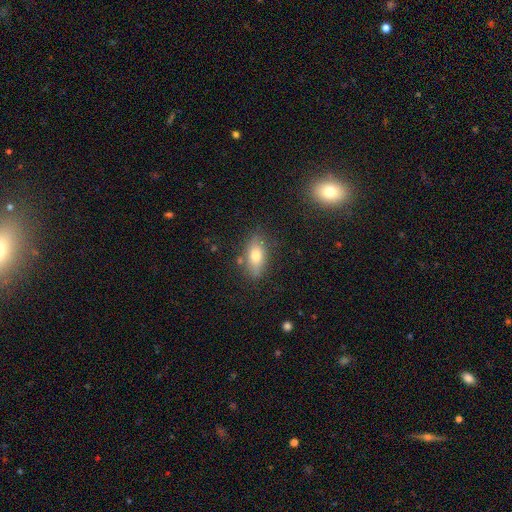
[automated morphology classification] smooth 74%, featured or disk 17%, star or artifact 9%. Down the decision tree: how rounded — in between (85%); merging — none (78%).